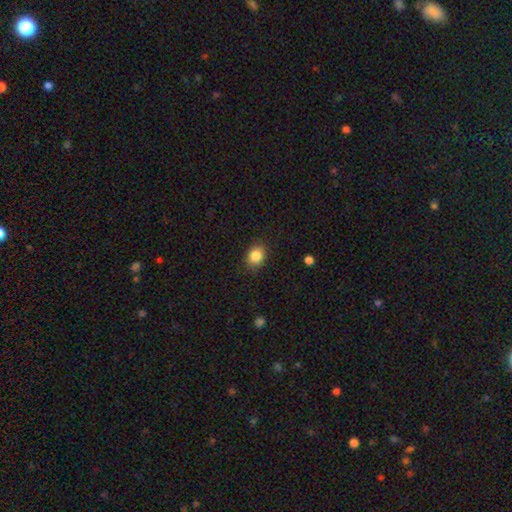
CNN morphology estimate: smooth_or_featured: smooth (p=0.85) [alt: star or artifact p=0.10]
how_rounded: round (p=0.56) [alt: in between p=0.43]
merging: none (p=0.85) [alt: minor disturbance p=0.11]